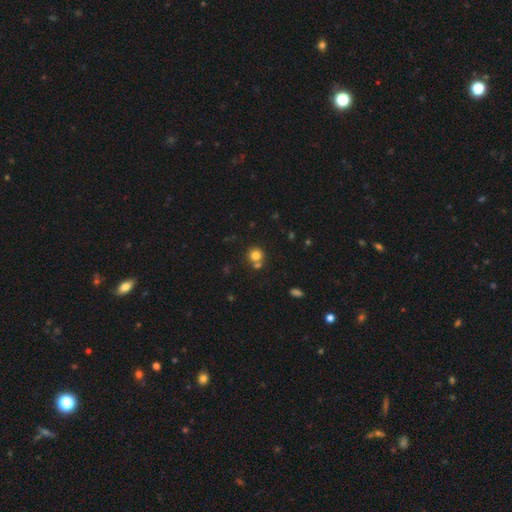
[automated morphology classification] smooth-or-featured: smooth: 79% | star or artifact: 13% | featured or disk: 8%
  how-rounded: round: 89% | in between: 10% | cigar-shaped: 1%
  merging: none: 64% | merger: 25% | minor disturbance: 9% | major disturbance: 3%